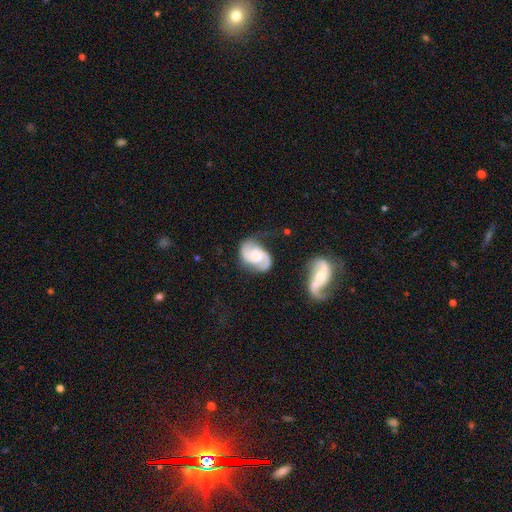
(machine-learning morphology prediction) Smooth or featured? featured or disk (84%)
Edge-on disk? no (98%)
Bar? no (54%)
Spiral arms? yes (97%)
Spiral winding? medium (53%)
Spiral arm count? 2 (92%)
Bulge size? moderate (38%)
Merging? none (66%)